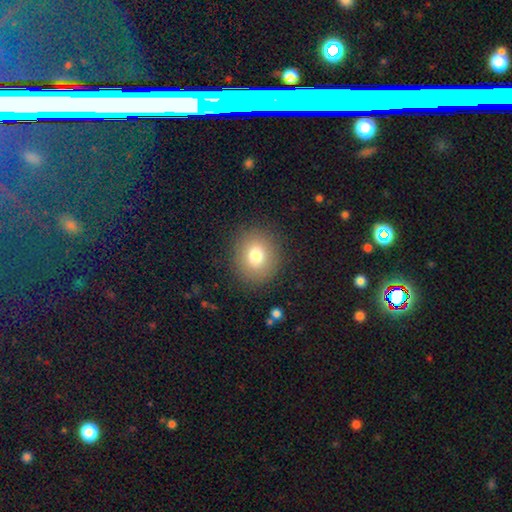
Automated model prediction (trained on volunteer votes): smooth_or_featured: smooth (p=0.78) [alt: featured or disk p=0.11]
how_rounded: round (p=0.78) [alt: in between p=0.22]
merging: none (p=0.88) [alt: minor disturbance p=0.08]